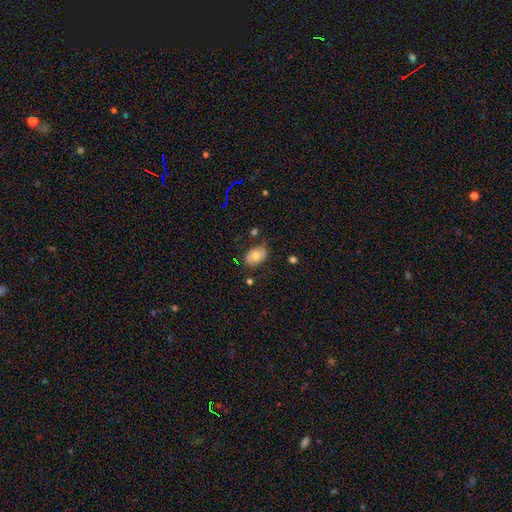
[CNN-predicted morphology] Smooth or featured? smooth (68%)
How rounded? in between (79%)
Merging? none (71%)